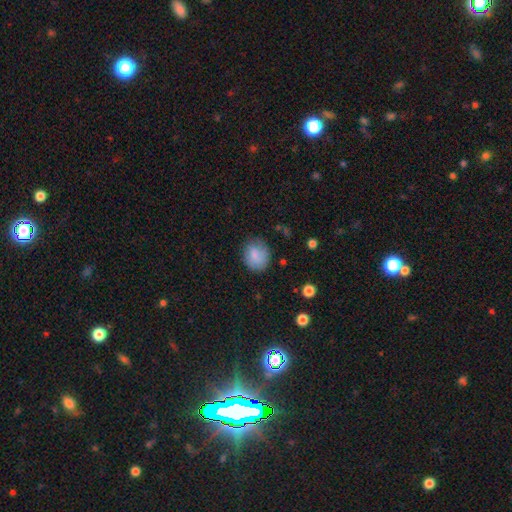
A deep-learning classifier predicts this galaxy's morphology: The model was most divided on "how rounded": round: 68%, in between: 31%, cigar-shaped: 1%. More confident: smooth or featured — smooth (80%); merging — none (72%).